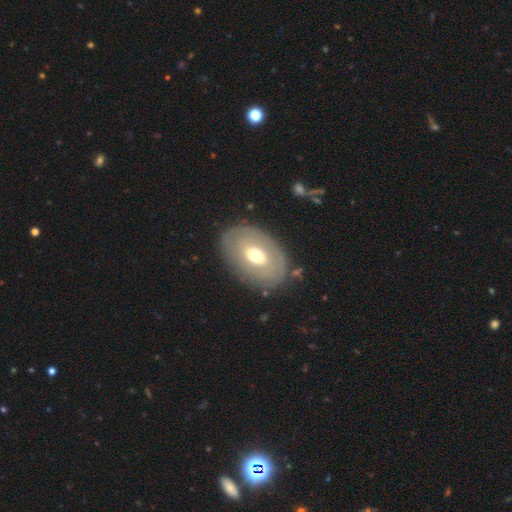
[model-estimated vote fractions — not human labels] This is possibly a featured or disk galaxy (51%). It is clearly not viewed edge-on (92%). Merging: clearly none (81%).